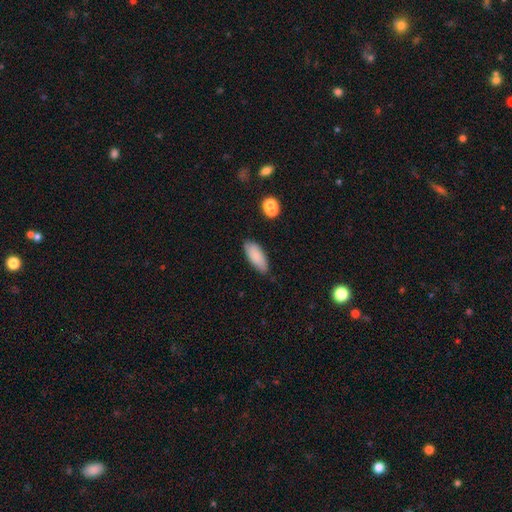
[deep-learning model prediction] A smooth galaxy with no disk features (85%) that is in between round and cigar-shaped (77%).

Vote fractions:
- Smooth or featured? smooth: 85% / featured or disk: 8% / star or artifact: 7%
- How rounded? in between: 77% / cigar-shaped: 22% / round: 2%
- Merging? none: 80% / minor disturbance: 15% / major disturbance: 3% / merger: 2%